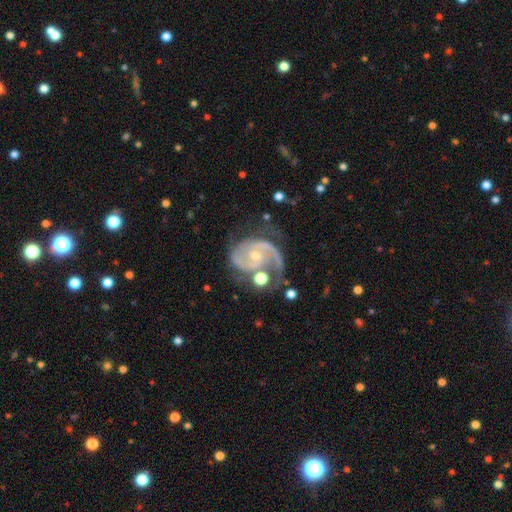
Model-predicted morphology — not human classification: The model was most divided on "spiral winding": medium: 54%, tight: 32%, loose: 14%. More confident: edge-on disk — no (98%); spiral arms — yes (98%); smooth or featured — featured or disk (91%); spiral arm count — 2 (85%); bulge size — small (62%); bar — no (59%); merging — none (55%).